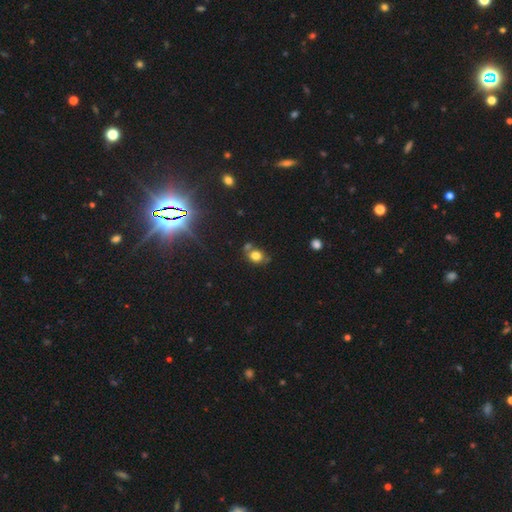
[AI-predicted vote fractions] Q: Smooth or featured?
A: smooth (74%); runner-up: star or artifact (15%)
Q: How rounded?
A: round (59%); runner-up: in between (39%)
Q: Merging?
A: none (58%); runner-up: merger (19%)